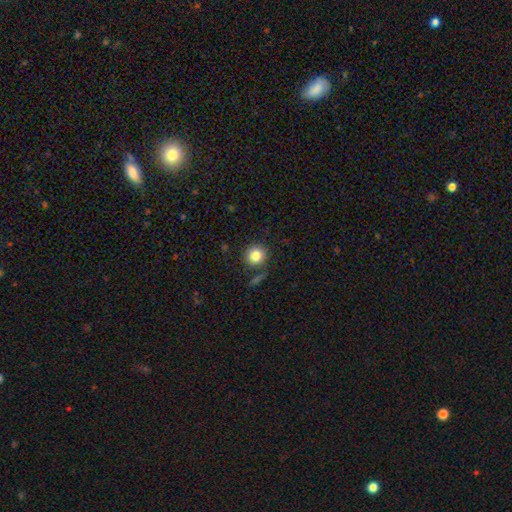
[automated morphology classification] A smooth galaxy with no disk features (82%) that is round (90%).

Vote fractions:
- Smooth or featured? smooth: 82% / star or artifact: 10% / featured or disk: 7%
- How rounded? round: 90% / in between: 9% / cigar-shaped: 1%
- Merging? none: 81% / minor disturbance: 10% / merger: 6% / major disturbance: 4%